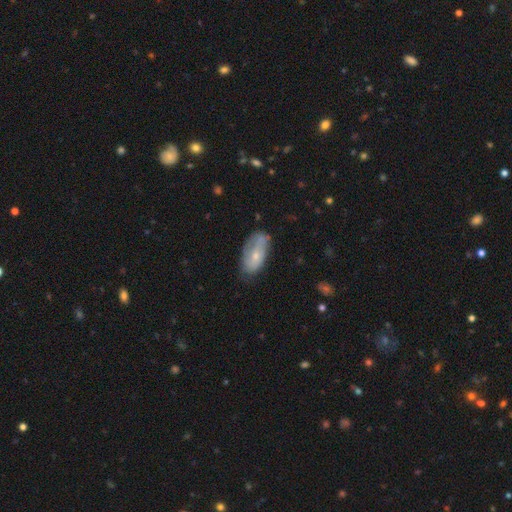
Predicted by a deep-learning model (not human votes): This is possibly a smooth galaxy (51%). How rounded: clearly in between (90%). Merging: possibly none (54%).